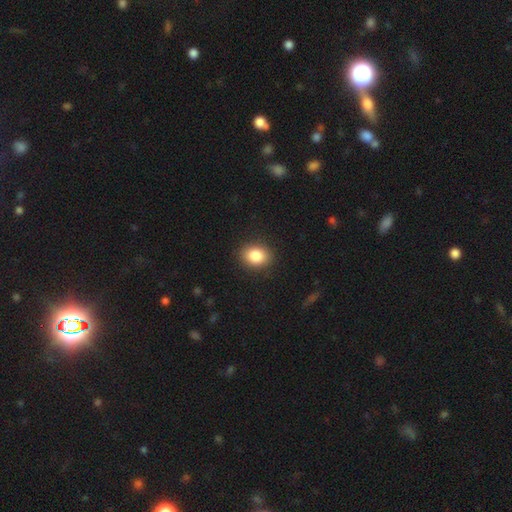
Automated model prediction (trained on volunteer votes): smooth 85%, star or artifact 9%, featured or disk 6%. Down the decision tree: how rounded — in between (56%); merging — none (89%).